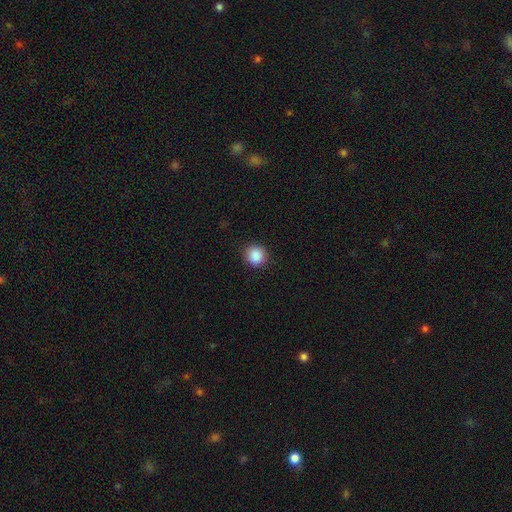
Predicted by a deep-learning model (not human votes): Q: Smooth or featured?
A: smooth (88%); runner-up: star or artifact (9%)
Q: How rounded?
A: round (92%); runner-up: in between (7%)
Q: Merging?
A: none (91%); runner-up: minor disturbance (6%)